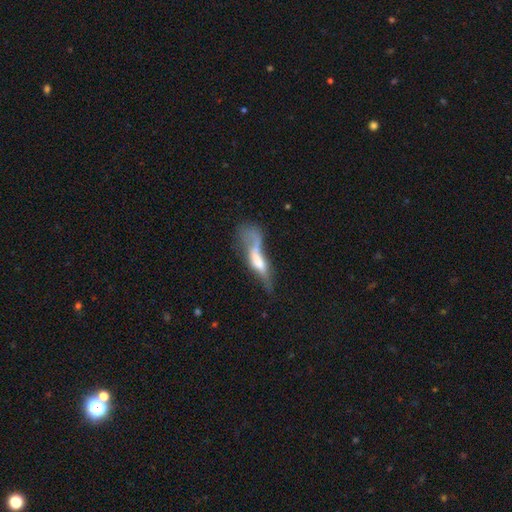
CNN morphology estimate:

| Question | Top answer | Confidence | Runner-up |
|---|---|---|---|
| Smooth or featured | featured or disk | 54% | smooth (36%) |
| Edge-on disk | no | 51% | yes (49%) |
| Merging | major disturbance | 38% | none (24%) |